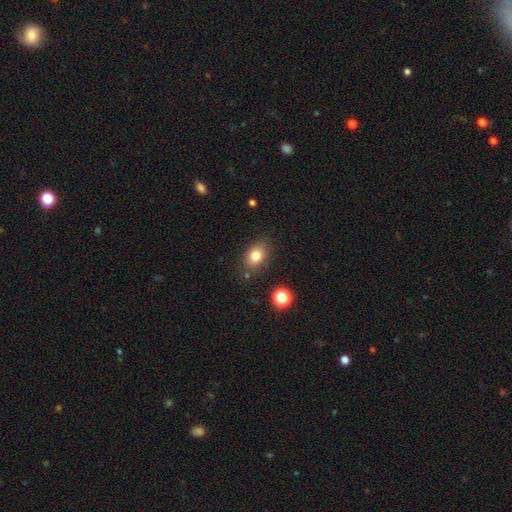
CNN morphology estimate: Q: Smooth or featured?
A: smooth (79%); runner-up: star or artifact (11%)
Q: How rounded?
A: in between (73%); runner-up: round (26%)
Q: Merging?
A: none (80%); runner-up: minor disturbance (13%)